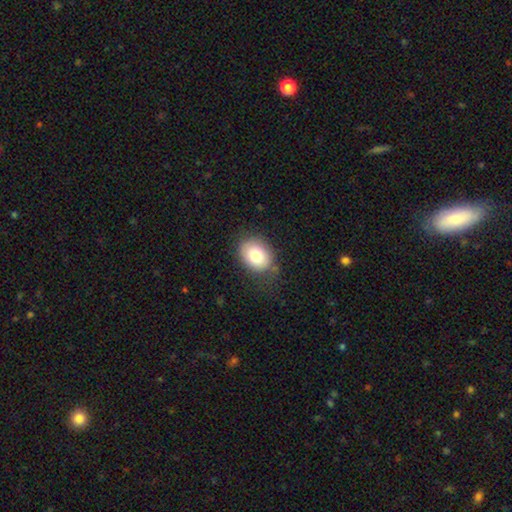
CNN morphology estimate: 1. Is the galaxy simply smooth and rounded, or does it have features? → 79% smooth, 12% featured or disk, 9% star or artifact.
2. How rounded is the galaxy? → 59% in between, 41% round, 1% cigar-shaped.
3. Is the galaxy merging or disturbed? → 77% none, 16% minor disturbance, 5% major disturbance, 1% merger.